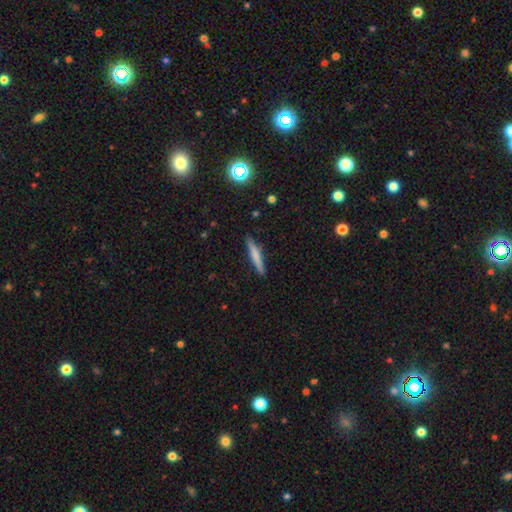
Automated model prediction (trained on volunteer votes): Smooth or featured?
  - smooth: 59% *
  - featured or disk: 35%
  - star or artifact: 7%
How rounded?
  - cigar-shaped: 94% *
  - in between: 5%
  - round: 2%
Merging?
  - none: 89% *
  - minor disturbance: 8%
  - major disturbance: 2%
  - merger: 1%